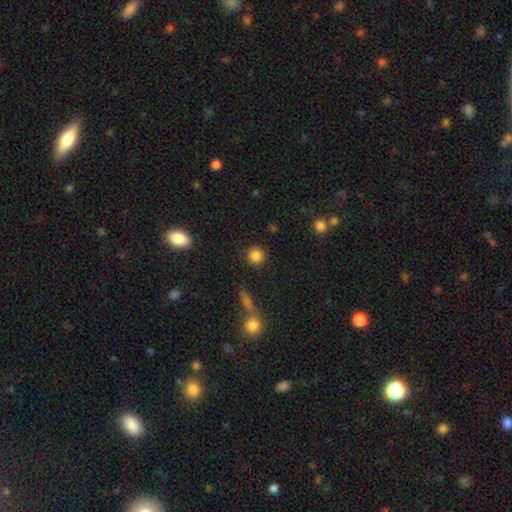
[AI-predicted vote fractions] Q: Smooth or featured?
A: smooth (84%); runner-up: star or artifact (11%)
Q: How rounded?
A: round (91%); runner-up: in between (8%)
Q: Merging?
A: none (87%); runner-up: minor disturbance (7%)